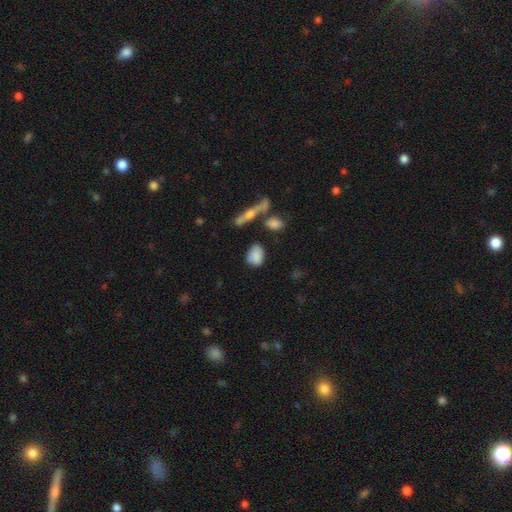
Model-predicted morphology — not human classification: Smooth or featured? smooth (81%)
How rounded? in between (78%)
Merging? none (67%)